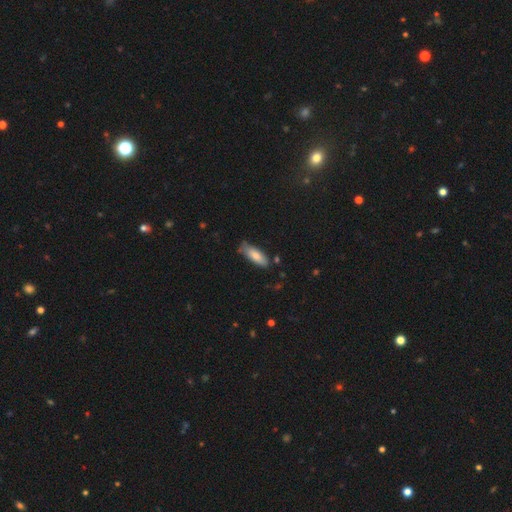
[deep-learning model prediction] Smooth or featured: smooth — 80% (featured or disk — 14%)
How rounded: in between — 63% (cigar-shaped — 36%)
Merging: none — 70% (minor disturbance — 23%)